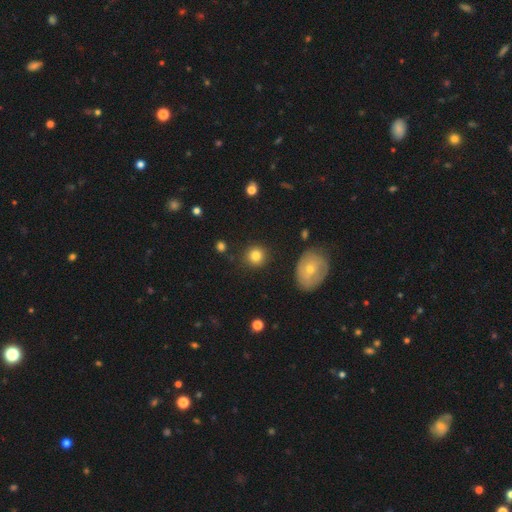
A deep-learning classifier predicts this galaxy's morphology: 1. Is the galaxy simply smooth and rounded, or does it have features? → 82% smooth, 10% star or artifact, 8% featured or disk.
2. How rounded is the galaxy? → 89% round, 10% in between, 1% cigar-shaped.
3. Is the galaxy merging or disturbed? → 86% none, 9% minor disturbance, 3% major disturbance, 2% merger.